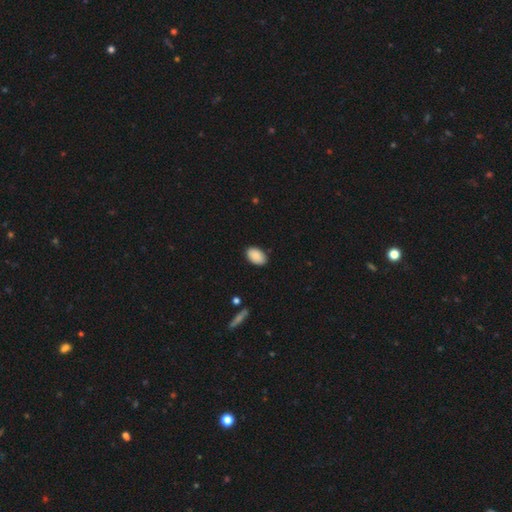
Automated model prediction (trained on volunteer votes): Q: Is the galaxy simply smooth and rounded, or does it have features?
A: smooth — 89%.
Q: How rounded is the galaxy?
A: in between — 93%.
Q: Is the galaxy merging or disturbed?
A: none — 86%.